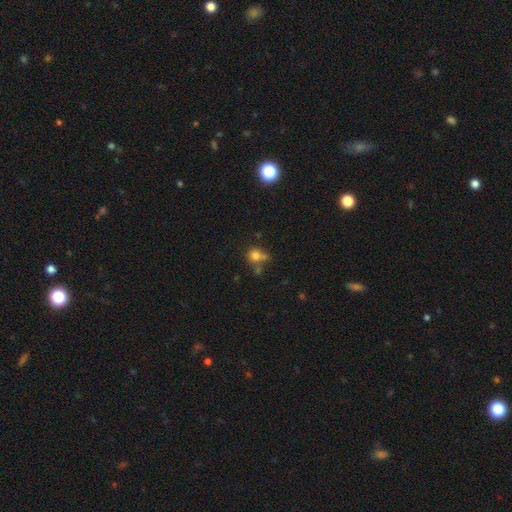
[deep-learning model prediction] This is likely a smooth galaxy (77%). How rounded: clearly round (82%). Merging: possibly none (49%).